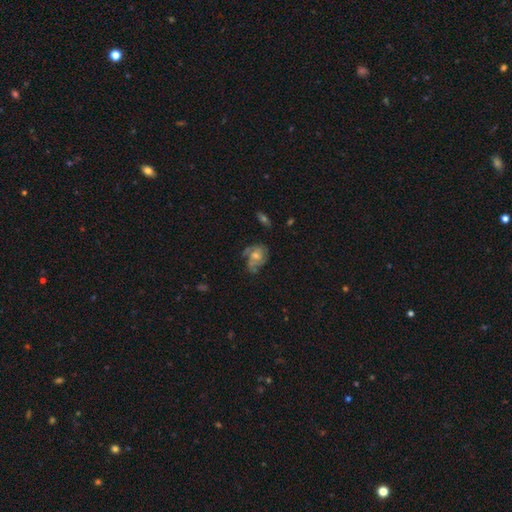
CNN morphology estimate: smooth-or-featured: featured or disk: 63% | smooth: 24% | star or artifact: 13%
  disk-edge-on: no: 97% | yes: 3%
    bar: no: 80% | weak: 17% | strong: 3%
    has-spiral-arms: yes: 78% | no: 22%
    bulge-size: moderate: 63% | small: 25% | large: 7% | none: 3% | dominant: 1%
  merging: none: 57% | minor disturbance: 24% | major disturbance: 16% | merger: 4%